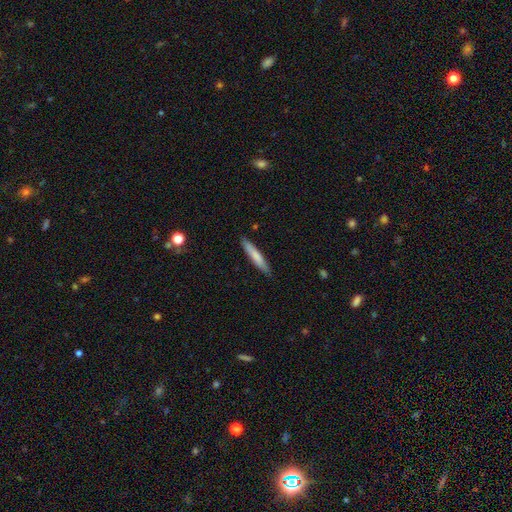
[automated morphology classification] Smooth or featured? smooth (74%)
How rounded? cigar-shaped (92%)
Merging? none (87%)